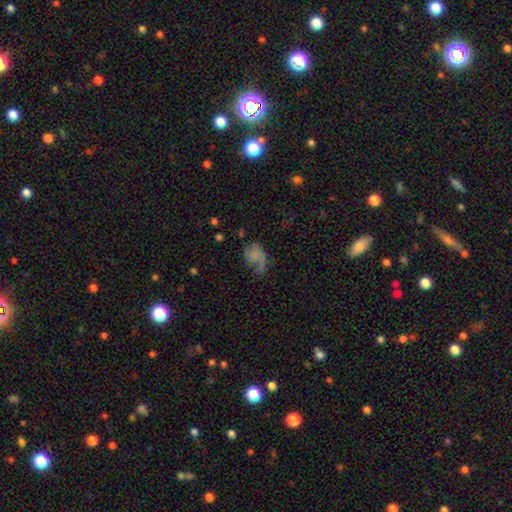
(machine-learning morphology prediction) This is possibly a smooth galaxy (46%). Merging: marginally major disturbance (38%).